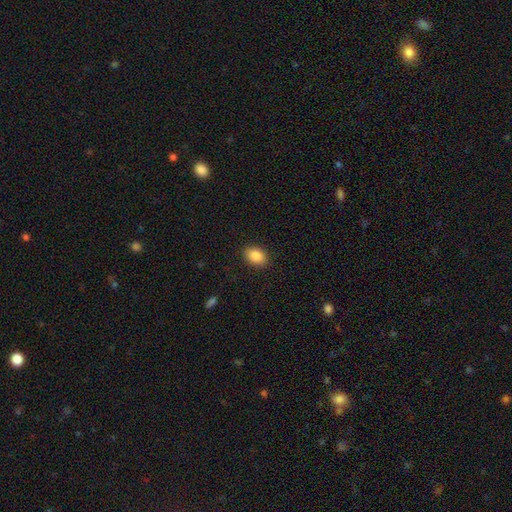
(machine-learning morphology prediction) Smooth or featured? Predicted: smooth (p=0.88). How rounded? Predicted: in between (p=0.79). Merging? Predicted: none (p=0.89).